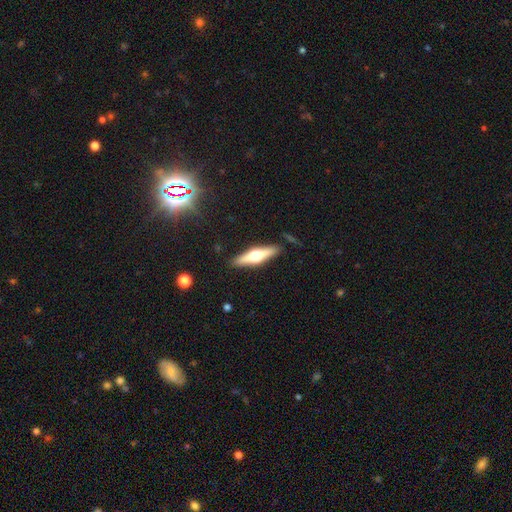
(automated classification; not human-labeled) Smooth or featured?
  - featured or disk: 62% *
  - smooth: 33%
  - star or artifact: 6%
Edge-on disk?
  - yes: 95% *
  - no: 5%
Edge-on bulge?
  - rounded: 94% *
  - boxy: 4%
  - none: 2%
Merging?
  - none: 88% *
  - minor disturbance: 8%
  - major disturbance: 2%
  - merger: 2%